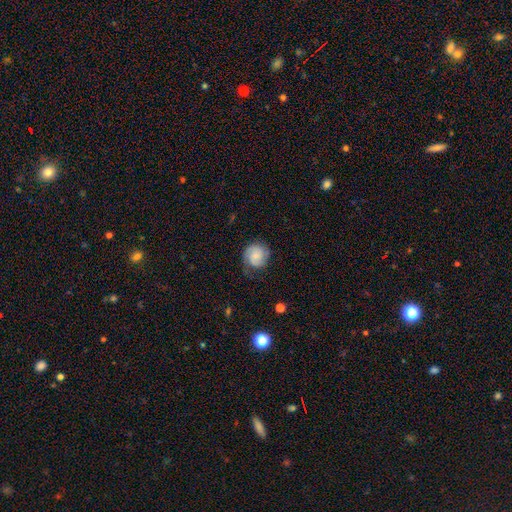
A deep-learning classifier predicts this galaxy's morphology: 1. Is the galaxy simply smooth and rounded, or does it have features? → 47% featured or disk, 45% smooth, 8% star or artifact.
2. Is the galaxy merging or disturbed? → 61% none, 26% minor disturbance, 12% major disturbance, 1% merger.